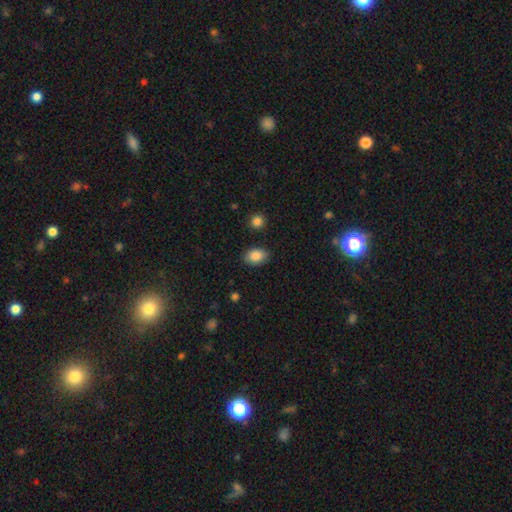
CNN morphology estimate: type=smooth (87%); roundness=in between (83%); merging=none (86%).